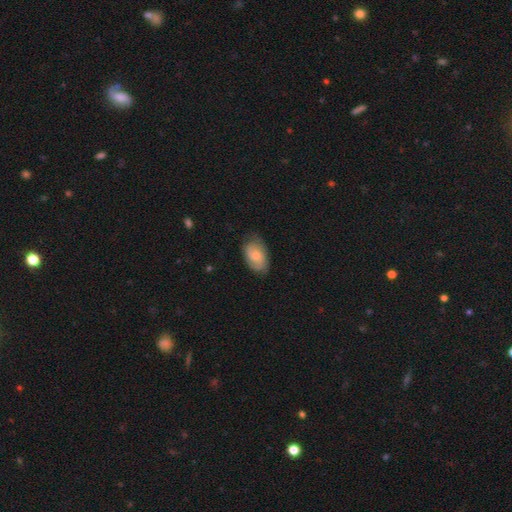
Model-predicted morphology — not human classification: A smooth galaxy with no disk features (61%) that is in between round and cigar-shaped (91%). Merging: none (71%).